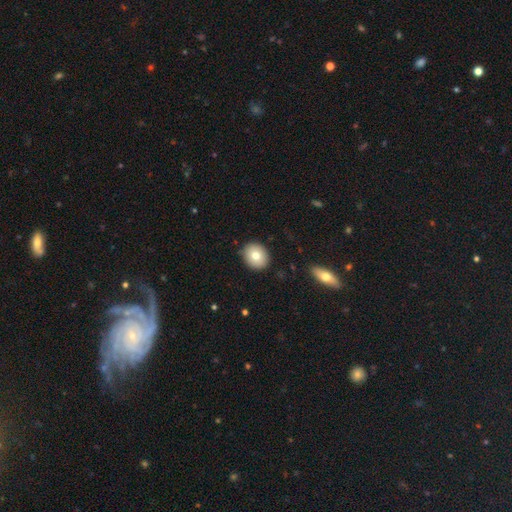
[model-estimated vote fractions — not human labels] Overall: smooth (76%). How rounded: round (72%). Merging: none (88%).